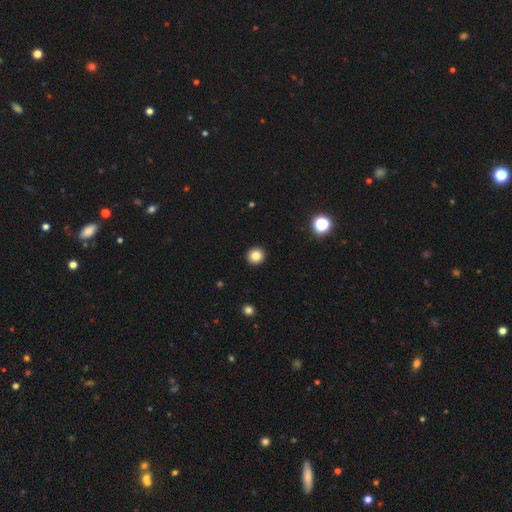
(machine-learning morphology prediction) type=smooth (85%); roundness=round (92%); merging=none (93%).